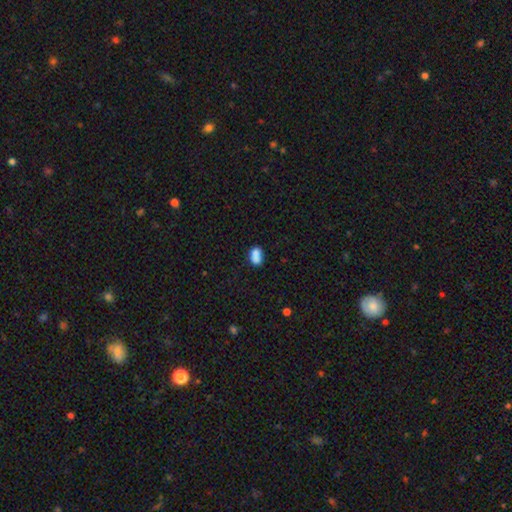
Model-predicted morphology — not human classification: A smooth galaxy with no disk features (77%) that is in between round and cigar-shaped (73%). Merging: merger (46%).